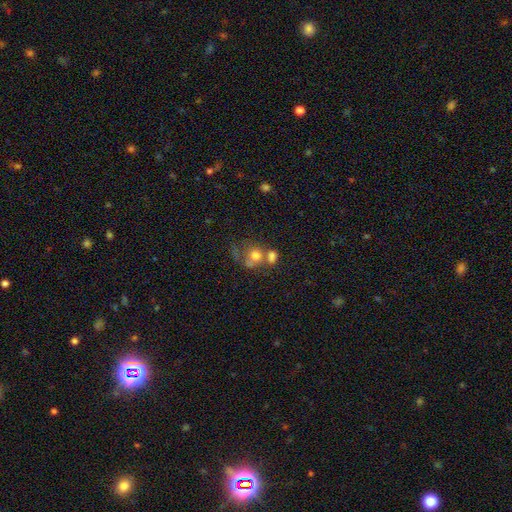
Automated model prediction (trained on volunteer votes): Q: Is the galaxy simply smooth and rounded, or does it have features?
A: smooth — 64%.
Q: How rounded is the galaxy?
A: round — 67%.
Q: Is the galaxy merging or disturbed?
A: merger — 54%.